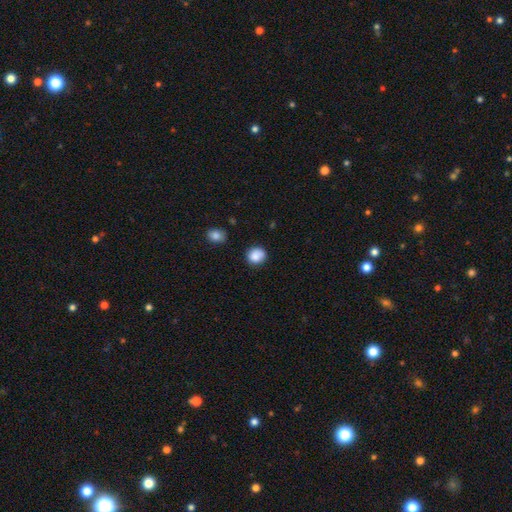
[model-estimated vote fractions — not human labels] smooth 87%, star or artifact 9%, featured or disk 4%. Down the decision tree: how rounded — round (78%); merging — none (76%).